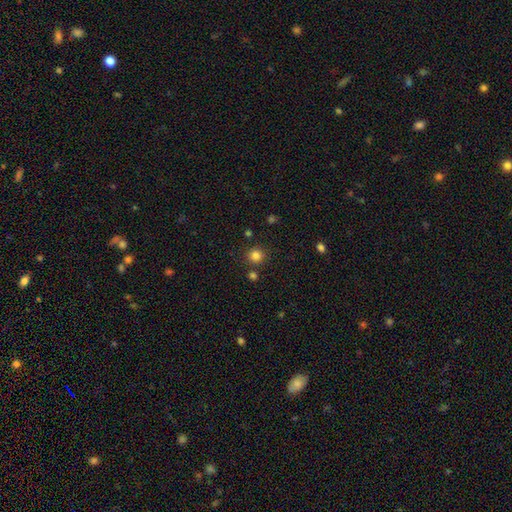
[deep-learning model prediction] smooth_or_featured: smooth (p=0.82) [alt: star or artifact p=0.13]
how_rounded: round (p=0.92) [alt: in between p=0.08]
merging: none (p=0.84) [alt: minor disturbance p=0.07]